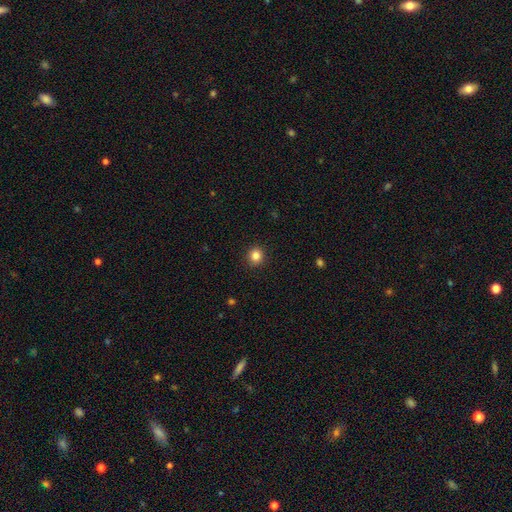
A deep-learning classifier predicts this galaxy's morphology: type=smooth (84%); roundness=round (88%); merging=none (92%).